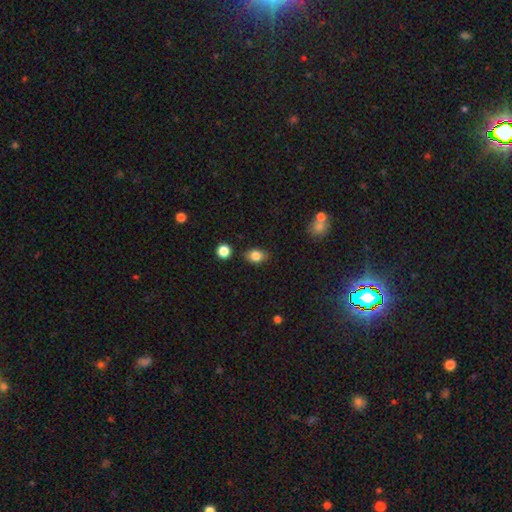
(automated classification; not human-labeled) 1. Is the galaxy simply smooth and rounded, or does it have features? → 84% smooth, 10% star or artifact, 7% featured or disk.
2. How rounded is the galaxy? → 68% in between, 31% round, 1% cigar-shaped.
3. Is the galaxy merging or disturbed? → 83% none, 11% minor disturbance, 3% merger, 2% major disturbance.